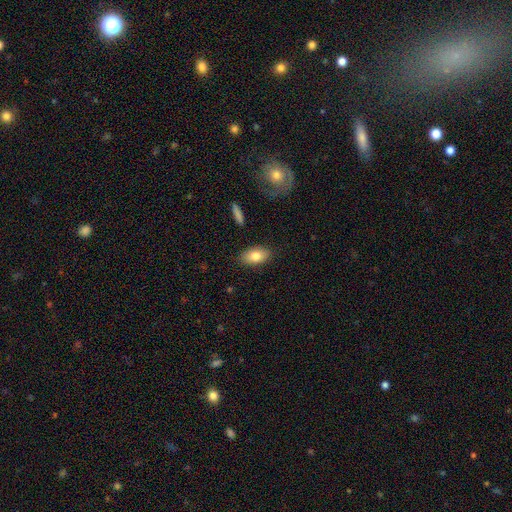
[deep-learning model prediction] smooth_or_featured: smooth (p=0.80) [alt: featured or disk p=0.13]
how_rounded: in between (p=0.91) [alt: round p=0.06]
merging: none (p=0.86) [alt: minor disturbance p=0.10]